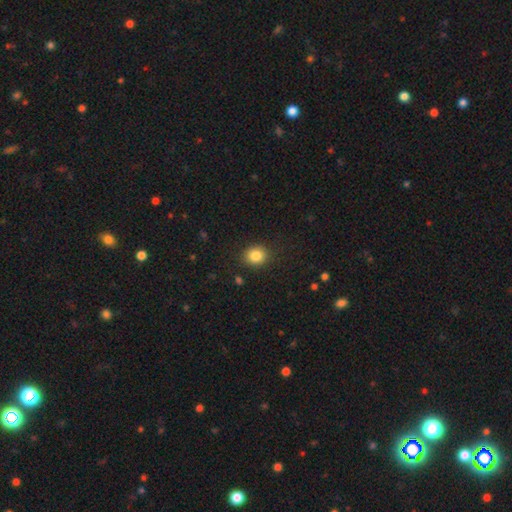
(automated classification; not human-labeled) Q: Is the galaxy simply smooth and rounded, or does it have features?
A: smooth — 85%.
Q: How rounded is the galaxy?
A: round — 70%.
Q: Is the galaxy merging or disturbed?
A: none — 88%.